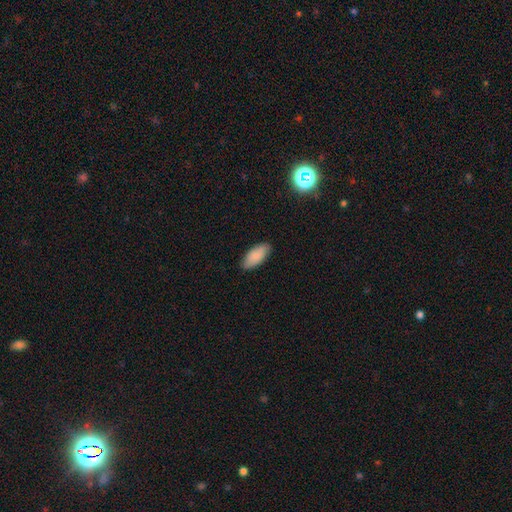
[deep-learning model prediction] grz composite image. It shows a smooth galaxy with no disk features (87%) that is in between round and cigar-shaped (87%). Merging: none (86%).